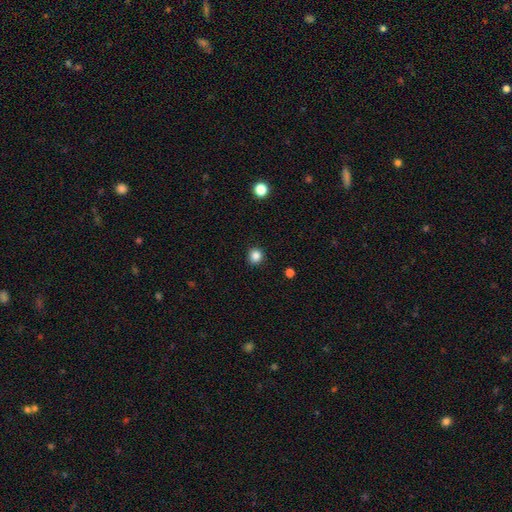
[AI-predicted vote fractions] A smooth galaxy with no disk features (85%) that is round (88%).

Vote fractions:
- Smooth or featured? smooth: 85% / star or artifact: 11% / featured or disk: 4%
- How rounded? round: 88% / in between: 11% / cigar-shaped: 1%
- Merging? none: 91% / minor disturbance: 6% / major disturbance: 2% / merger: 1%